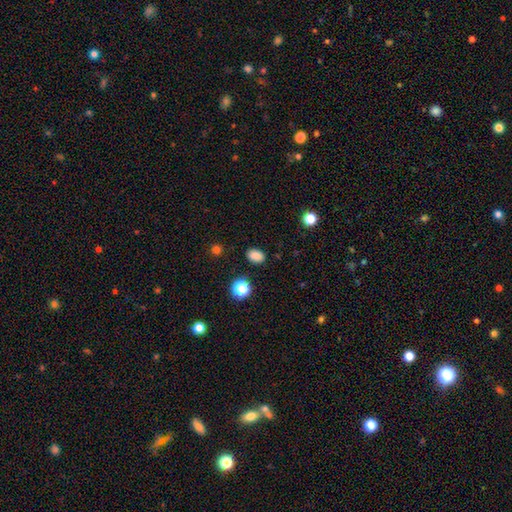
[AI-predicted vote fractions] smooth-or-featured: smooth: 84% | star or artifact: 12% | featured or disk: 4%
  how-rounded: in between: 77% | round: 22% | cigar-shaped: 1%
  merging: none: 87% | minor disturbance: 9% | major disturbance: 3% | merger: 2%